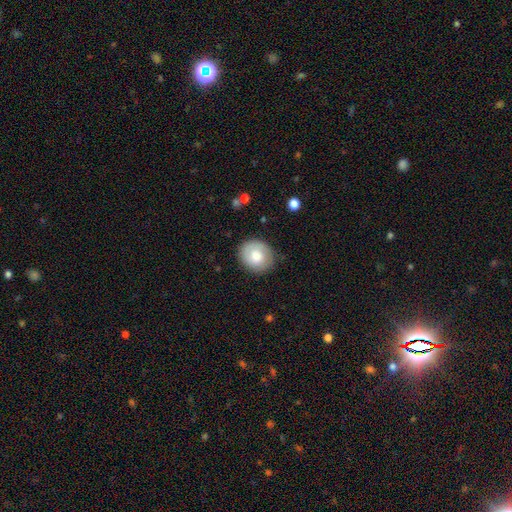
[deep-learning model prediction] Smooth or featured?
  - smooth: 73% *
  - featured or disk: 21%
  - star or artifact: 7%
How rounded?
  - round: 76% *
  - in between: 23%
  - cigar-shaped: 1%
Merging?
  - none: 83% *
  - minor disturbance: 12%
  - major disturbance: 3%
  - merger: 1%